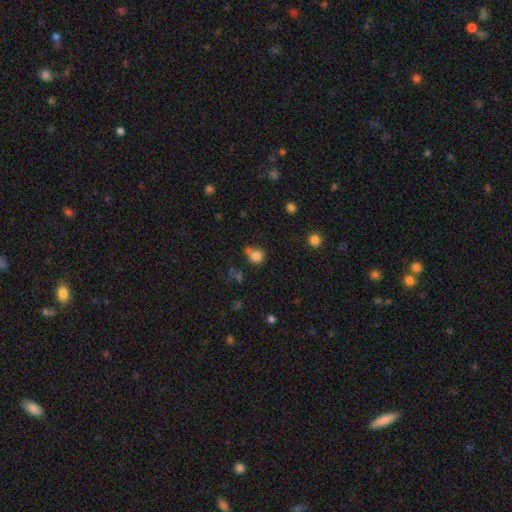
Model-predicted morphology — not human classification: This appears to be a smooth galaxy with no disk features (82%) that is round (83%). Merging: none (58%).